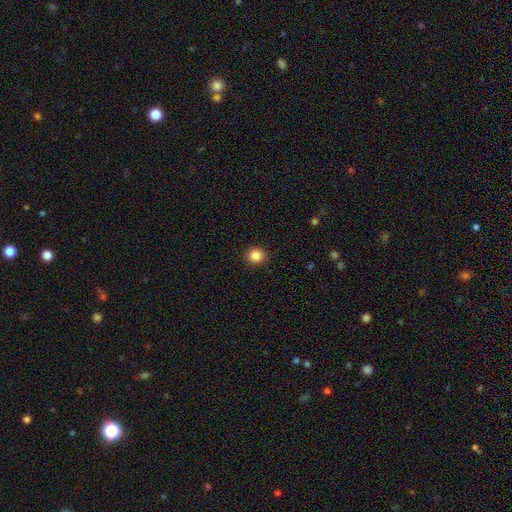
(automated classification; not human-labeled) The model was most divided on "smooth or featured": smooth: 86%, star or artifact: 10%, featured or disk: 4%. More confident: merging — none (92%); how rounded — round (91%).